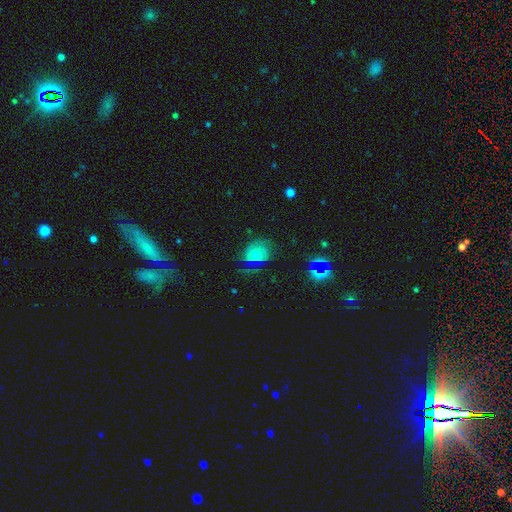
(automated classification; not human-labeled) smooth_or_featured: featured or disk (p=0.50) [alt: smooth p=0.35]
merging: none (p=0.43) [alt: major disturbance p=0.28]